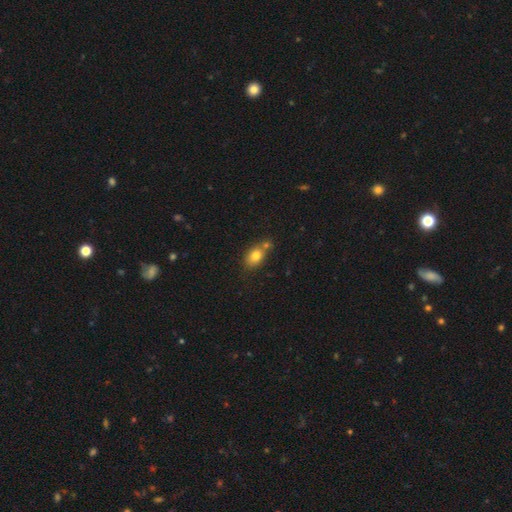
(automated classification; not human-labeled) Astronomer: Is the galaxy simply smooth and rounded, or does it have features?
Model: smooth — 79%.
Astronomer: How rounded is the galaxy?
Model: in between — 73%.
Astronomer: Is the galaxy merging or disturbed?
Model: none — 54%.